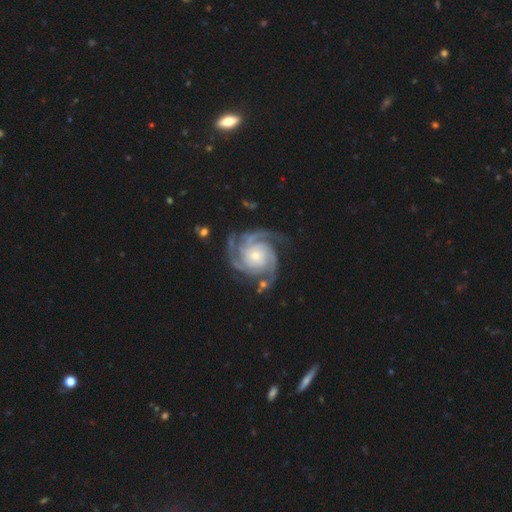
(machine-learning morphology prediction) The model was most divided on "spiral arm count": 3: 43%, 4: 22%, 2: 14%, can't tell: 9%, more than 4: 6%, 1: 6%. More confident: spiral arms — yes (99%); edge-on disk — no (98%); smooth or featured — featured or disk (93%); bar — no (75%); merging — none (72%); spiral winding — tight (66%); bulge size — small (59%).